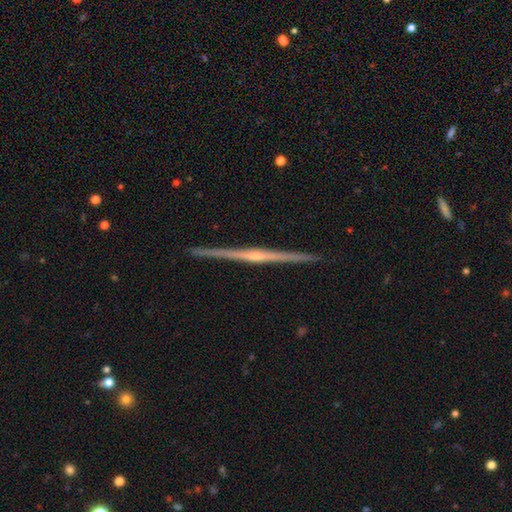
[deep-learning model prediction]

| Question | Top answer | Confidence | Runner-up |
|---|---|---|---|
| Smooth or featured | featured or disk | 85% | smooth (10%) |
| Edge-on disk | yes | 99% | no (1%) |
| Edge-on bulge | rounded | 65% | none (26%) |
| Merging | none | 93% | minor disturbance (5%) |